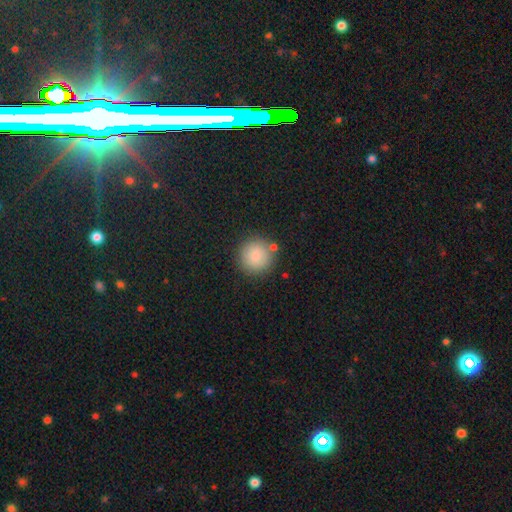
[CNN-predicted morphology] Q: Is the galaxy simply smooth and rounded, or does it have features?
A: smooth — 85%.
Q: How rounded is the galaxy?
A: round — 94%.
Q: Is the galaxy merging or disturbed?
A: none — 81%.